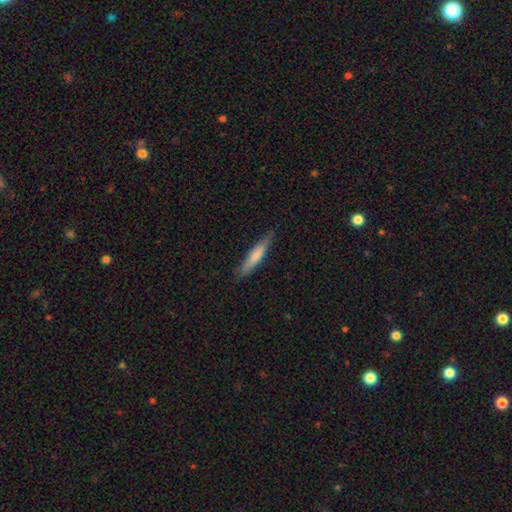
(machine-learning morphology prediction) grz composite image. It shows a smooth galaxy with no disk features (67%) that is cigar-shaped (87%). Merging: none (83%).